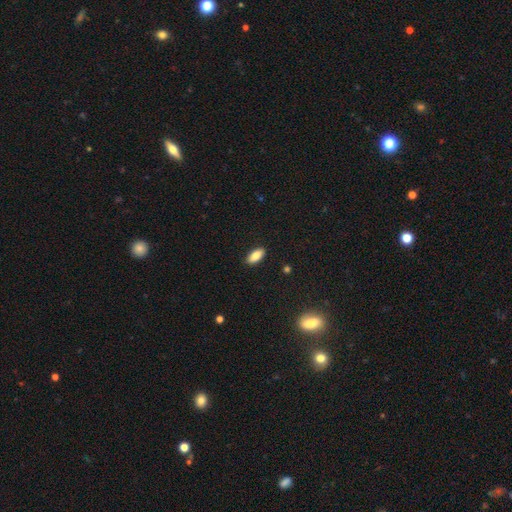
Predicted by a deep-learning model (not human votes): The model was most divided on "smooth or featured": smooth: 83%, featured or disk: 10%, star or artifact: 7%. More confident: merging — none (89%); how rounded — in between (88%).